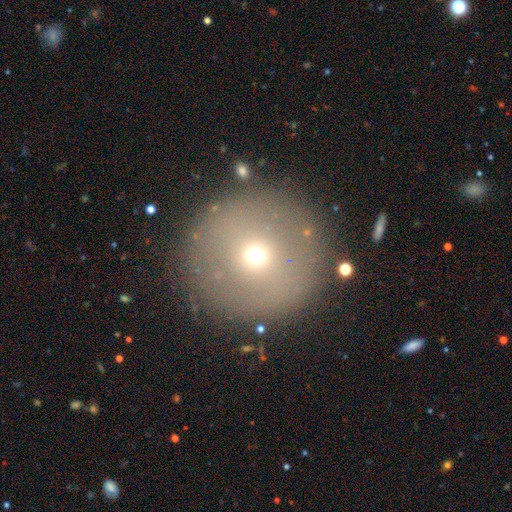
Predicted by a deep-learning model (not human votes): Smooth or featured? Predicted: smooth (p=0.59). How rounded? Predicted: round (p=0.76). Merging? Predicted: none (p=0.76).